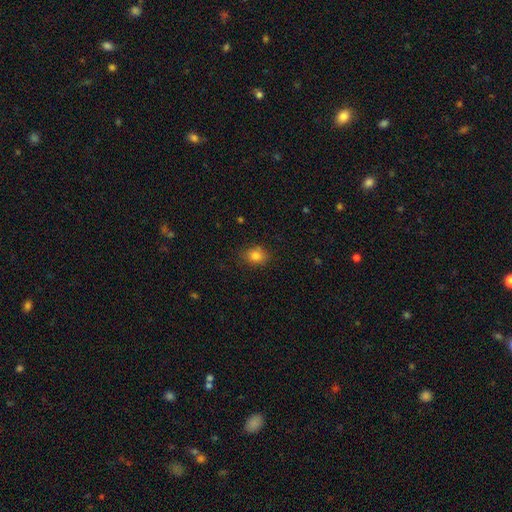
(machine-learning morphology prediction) A smooth galaxy with no disk features (83%) that is round (53%). Merging: none (84%).